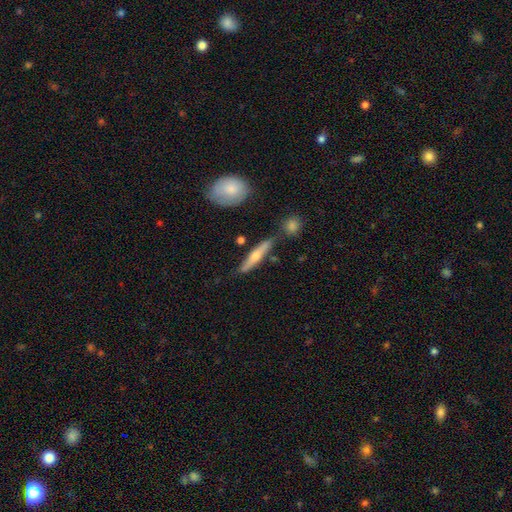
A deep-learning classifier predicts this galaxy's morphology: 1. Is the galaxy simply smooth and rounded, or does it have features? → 49% featured or disk, 45% smooth, 6% star or artifact.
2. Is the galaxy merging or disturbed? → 77% none, 13% minor disturbance, 7% merger, 3% major disturbance.